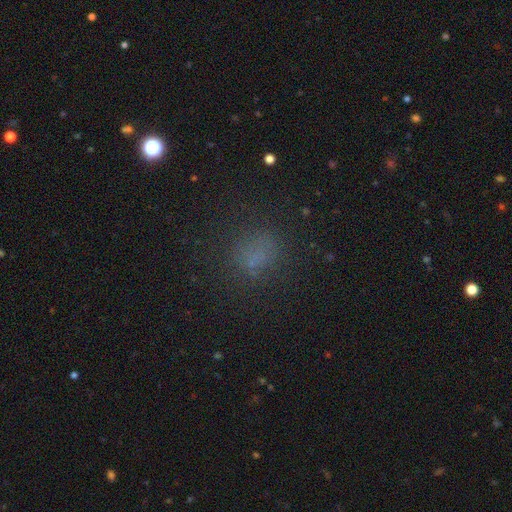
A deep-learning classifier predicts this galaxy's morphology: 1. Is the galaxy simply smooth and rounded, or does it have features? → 63% smooth, 26% star or artifact, 11% featured or disk.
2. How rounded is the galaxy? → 60% round, 38% in between, 2% cigar-shaped.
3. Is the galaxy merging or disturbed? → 74% none, 14% minor disturbance, 9% major disturbance, 3% merger.